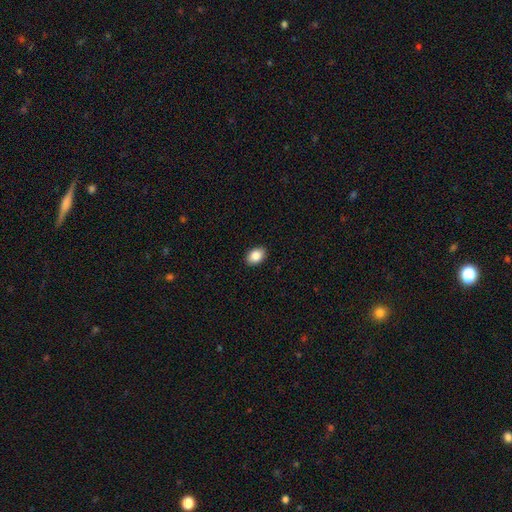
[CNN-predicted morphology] smooth-or-featured: smooth: 87% | star or artifact: 8% | featured or disk: 6%
  how-rounded: in between: 83% | round: 15% | cigar-shaped: 1%
  merging: none: 90% | minor disturbance: 7% | major disturbance: 2% | merger: 1%